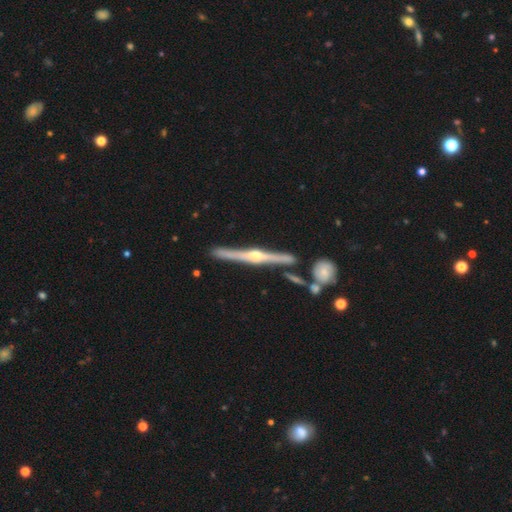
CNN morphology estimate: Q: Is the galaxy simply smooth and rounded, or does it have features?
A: featured or disk — 87%.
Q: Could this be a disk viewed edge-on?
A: yes — 98%.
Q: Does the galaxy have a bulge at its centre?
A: rounded — 90%.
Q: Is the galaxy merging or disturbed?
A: none — 85%.